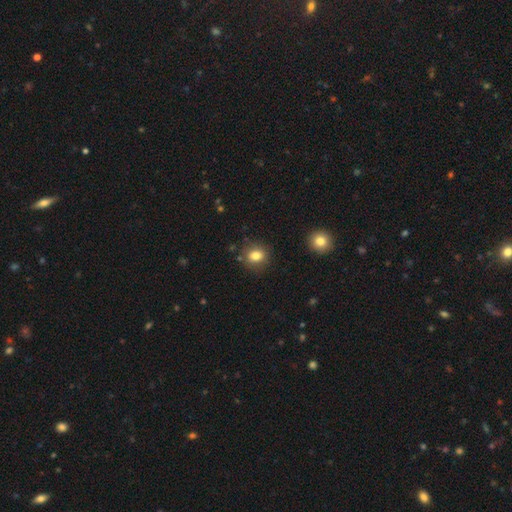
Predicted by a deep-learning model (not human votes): smooth 82%, star or artifact 11%, featured or disk 7%. Down the decision tree: how rounded — round (67%); merging — none (84%).